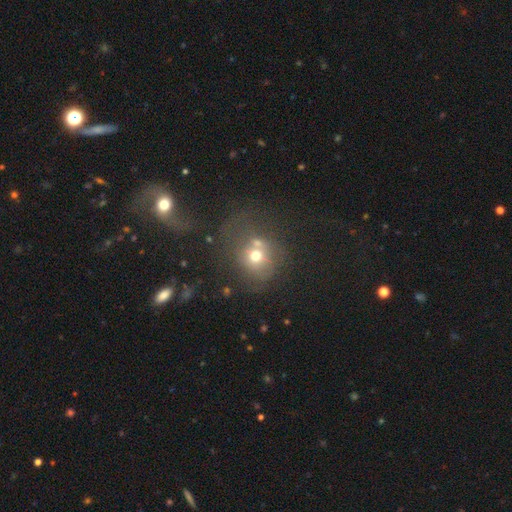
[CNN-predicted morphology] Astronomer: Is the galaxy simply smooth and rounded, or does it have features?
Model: smooth — 60%.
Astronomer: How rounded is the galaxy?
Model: round — 77%.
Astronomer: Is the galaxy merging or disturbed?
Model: none — 41% (runner-up: merger, 22%).